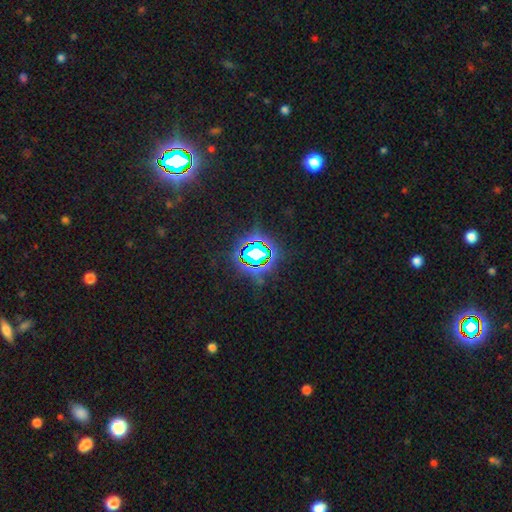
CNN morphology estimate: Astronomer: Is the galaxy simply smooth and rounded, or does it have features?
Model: star or artifact — 78%.